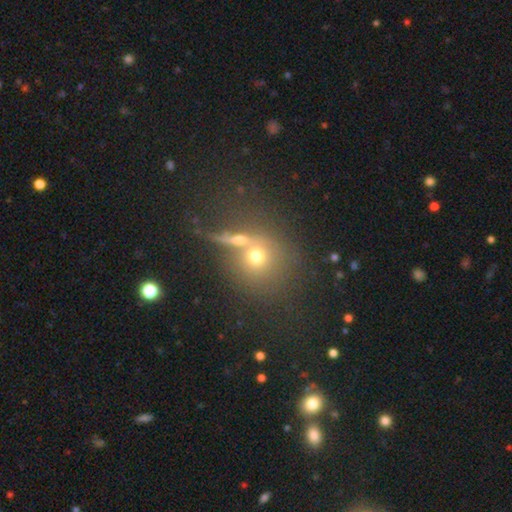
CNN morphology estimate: Smooth or featured: smooth — 60% (featured or disk — 21%)
How rounded: round — 86% (in between — 12%)
Merging: none — 45% (merger — 38%)